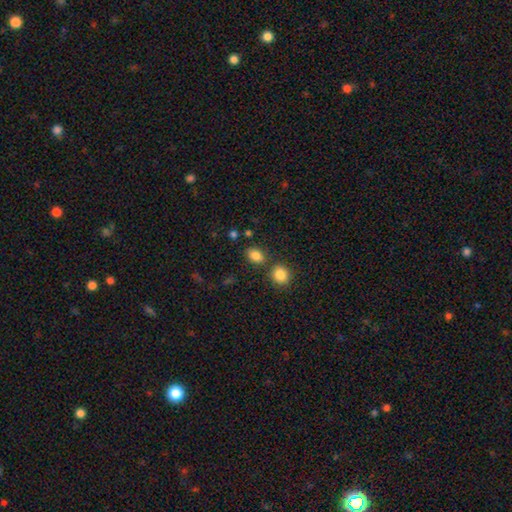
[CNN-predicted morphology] Smooth or featured? smooth (85%)
How rounded? in between (71%)
Merging? none (72%)